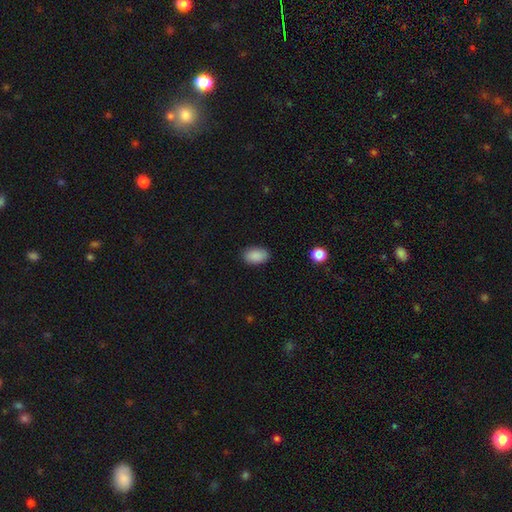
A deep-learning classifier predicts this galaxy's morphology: smooth 89%, star or artifact 7%, featured or disk 3%. Down the decision tree: how rounded — in between (91%); merging — none (87%).